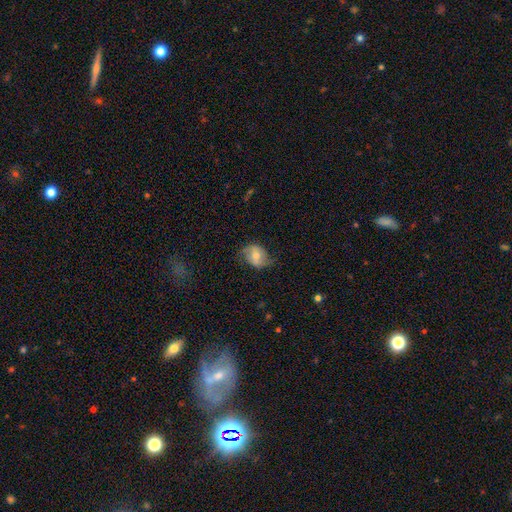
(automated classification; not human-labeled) Smooth or featured: smooth — 47% (featured or disk — 45%)
Merging: none — 64% (minor disturbance — 25%)